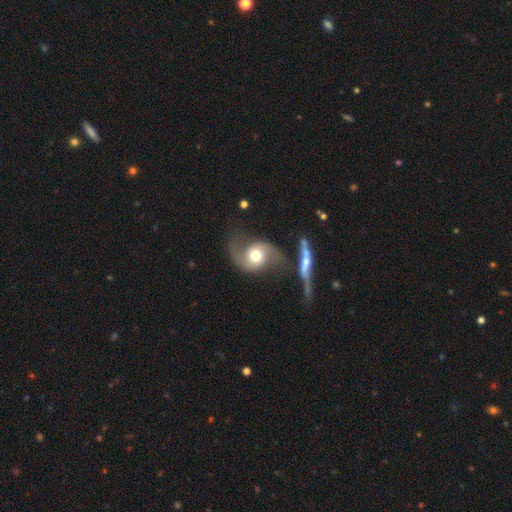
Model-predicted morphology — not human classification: smooth_or_featured: featured or disk (p=0.78) [alt: smooth p=0.16]
disk_edge_on: no (p=0.96) [alt: yes p=0.04]
bar: no (p=0.65) [alt: weak p=0.27]
has_spiral_arms: yes (p=0.93) [alt: no p=0.07]
spiral_winding: loose (p=0.59) [alt: medium p=0.33]
spiral_arm_count: 2 (p=0.90) [alt: 1 p=0.04]
bulge_size: moderate (p=0.56) [alt: large p=0.33]
merging: none (p=0.51) [alt: minor disturbance p=0.19]